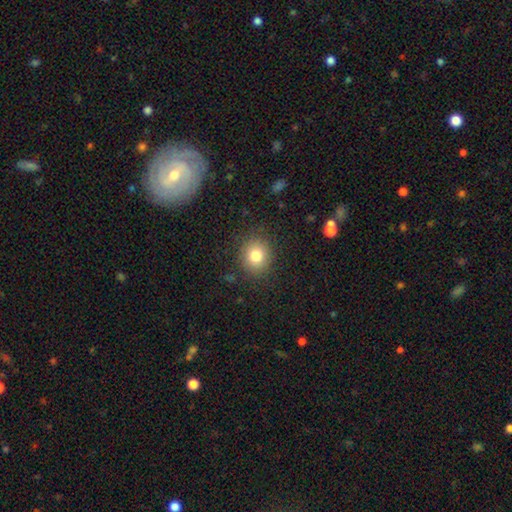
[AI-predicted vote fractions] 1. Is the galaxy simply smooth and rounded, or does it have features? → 80% smooth, 11% star or artifact, 8% featured or disk.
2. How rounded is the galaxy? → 82% round, 17% in between, 1% cigar-shaped.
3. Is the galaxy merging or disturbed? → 86% none, 9% minor disturbance, 3% major disturbance, 1% merger.